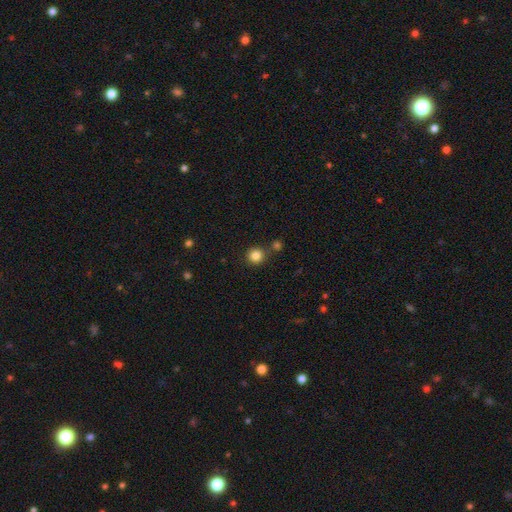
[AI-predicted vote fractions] Smooth or featured? Predicted: smooth (p=0.84). How rounded? Predicted: round (p=0.93). Merging? Predicted: none (p=0.81).